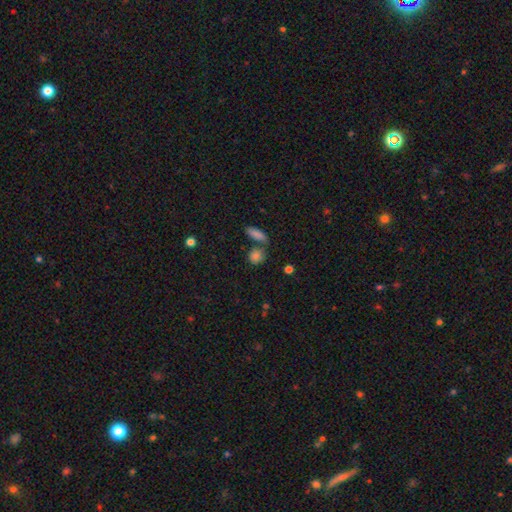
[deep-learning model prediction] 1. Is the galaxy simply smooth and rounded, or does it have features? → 83% smooth, 10% star or artifact, 7% featured or disk.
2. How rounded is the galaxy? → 61% round, 34% in between, 5% cigar-shaped.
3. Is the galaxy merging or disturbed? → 62% none, 22% merger, 12% minor disturbance, 4% major disturbance.